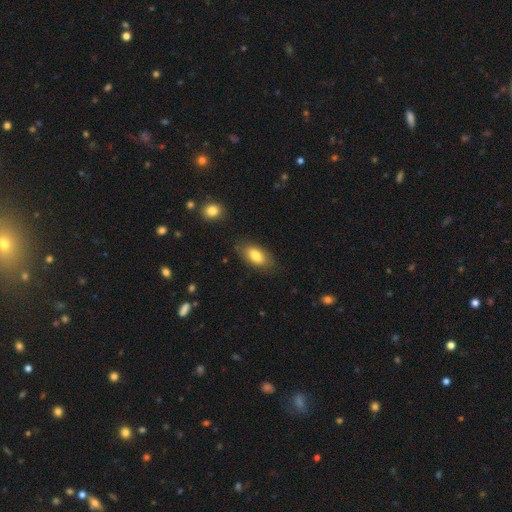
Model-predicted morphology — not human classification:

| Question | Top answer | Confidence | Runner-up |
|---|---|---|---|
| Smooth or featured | smooth | 80% | featured or disk (13%) |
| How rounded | in between | 90% | cigar-shaped (5%) |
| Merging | none | 81% | minor disturbance (14%) |